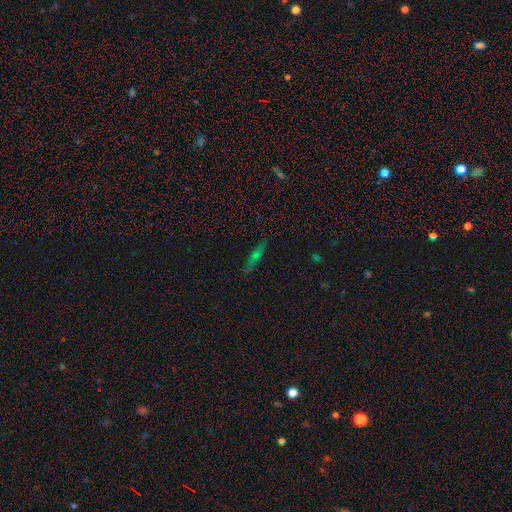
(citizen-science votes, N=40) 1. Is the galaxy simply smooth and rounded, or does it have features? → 48% featured or disk, 40% smooth, 12% star or artifact.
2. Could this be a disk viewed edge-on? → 79% yes, 21% no.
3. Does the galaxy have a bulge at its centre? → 87% rounded, 13% none, 0% boxy.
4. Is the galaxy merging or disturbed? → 89% none, 9% minor disturbance, 3% merger, 0% major disturbance.